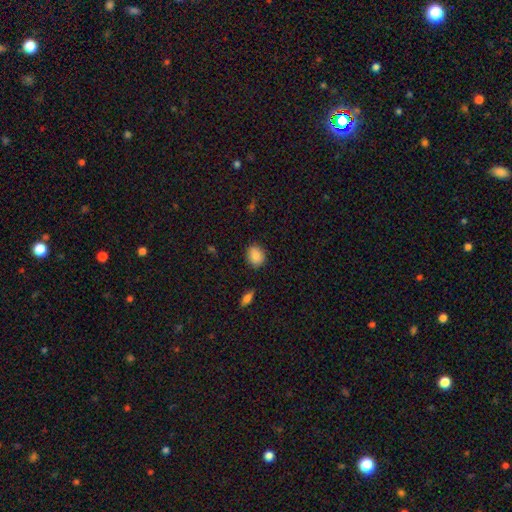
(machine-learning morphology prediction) Smooth or featured? Predicted: smooth (p=0.87). How rounded? Predicted: round (p=0.59). Merging? Predicted: none (p=0.84).